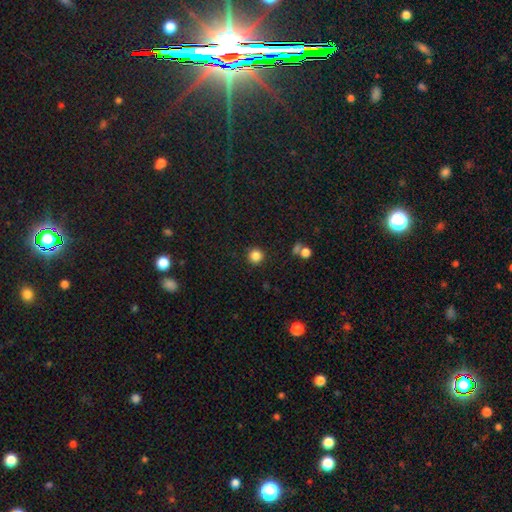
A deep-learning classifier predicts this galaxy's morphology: Overall: smooth (85%). How rounded: round (95%). Merging: none (90%).